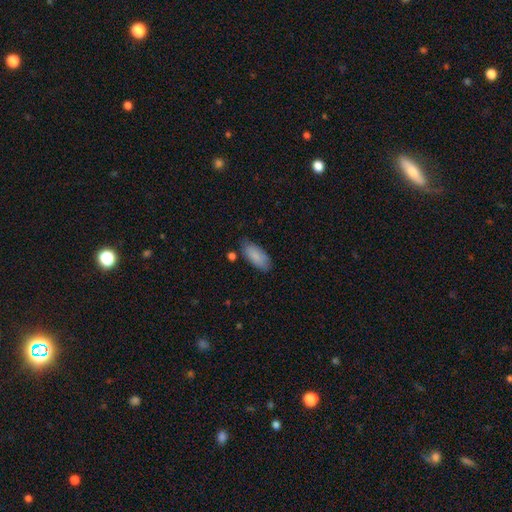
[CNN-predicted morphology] A smooth galaxy with no disk features (86%) that is in between round and cigar-shaped (88%). Merging: none (75%).